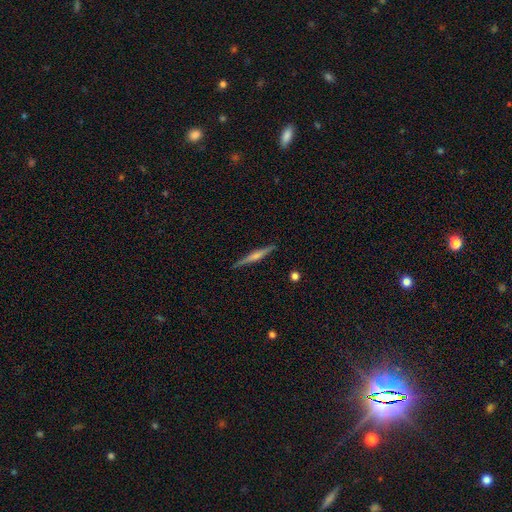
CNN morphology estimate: type=featured or disk (73%); edge-on=yes (98%); edge-on bulge=rounded (75%); merging=none (91%).